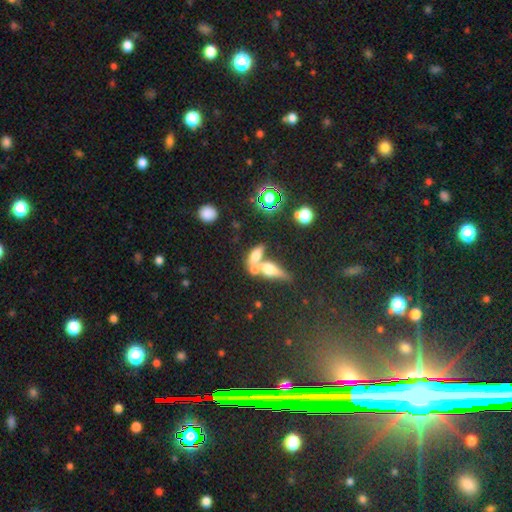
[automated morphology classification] This is possibly a smooth galaxy (55%). How rounded: possibly in between (58%). Merging: likely merger (62%).